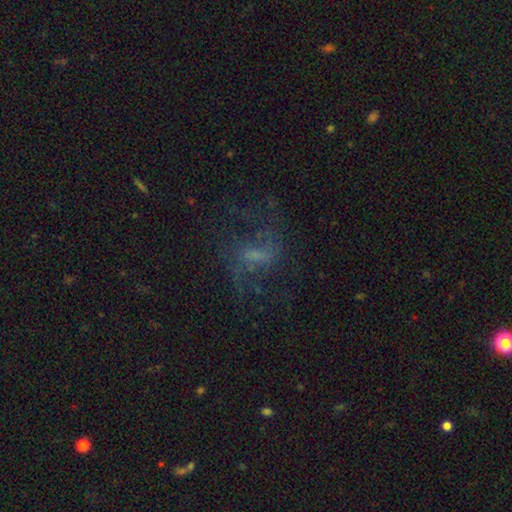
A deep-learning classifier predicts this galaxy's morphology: Smooth or featured?
  - featured or disk: 62% *
  - smooth: 20%
  - star or artifact: 18%
Edge-on disk?
  - no: 96% *
  - yes: 4%
Bar?
  - weak: 50% *
  - no: 32%
  - strong: 18%
Spiral arms?
  - yes: 76% *
  - no: 24%
Bulge size?
  - small: 40% *
  - none: 30%
  - moderate: 25%
  - large: 4%
  - dominant: 1%
Merging?
  - none: 56% *
  - major disturbance: 26%
  - minor disturbance: 16%
  - merger: 2%